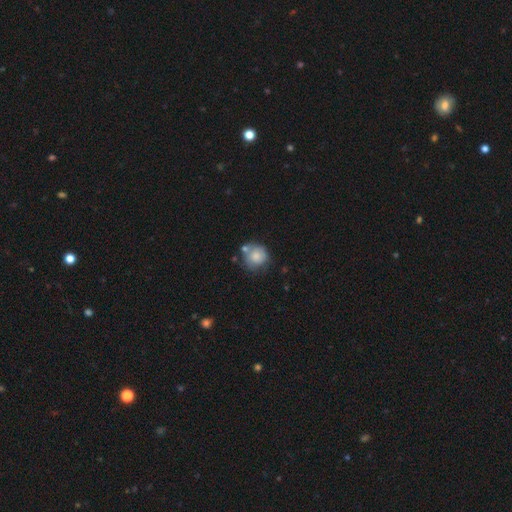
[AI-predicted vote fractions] smooth 77%, featured or disk 15%, star or artifact 8%. Down the decision tree: how rounded — round (87%); merging — none (55%).